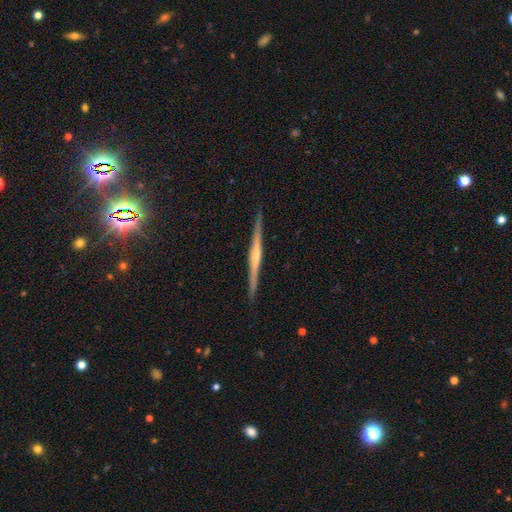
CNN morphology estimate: smooth_or_featured: featured or disk (p=0.75) [alt: smooth p=0.19]
disk_edge_on: yes (p=0.98) [alt: no p=0.02]
edge_on_bulge: rounded (p=0.58) [alt: none p=0.29]
merging: none (p=0.92) [alt: minor disturbance p=0.06]